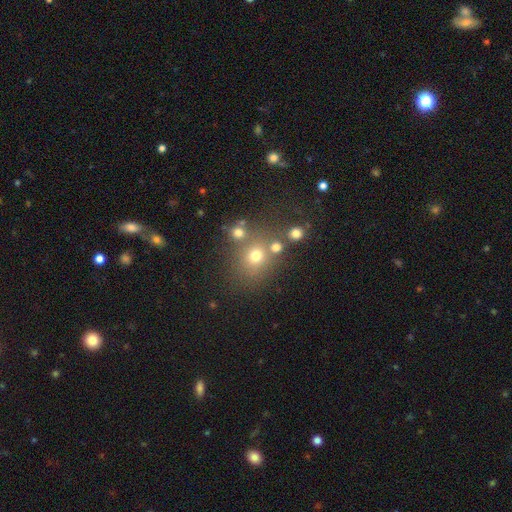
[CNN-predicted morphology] smooth-or-featured: smooth: 68% | star or artifact: 21% | featured or disk: 12%
  how-rounded: round: 78% | in between: 21% | cigar-shaped: 1%
  merging: none: 63% | merger: 20% | minor disturbance: 11% | major disturbance: 6%